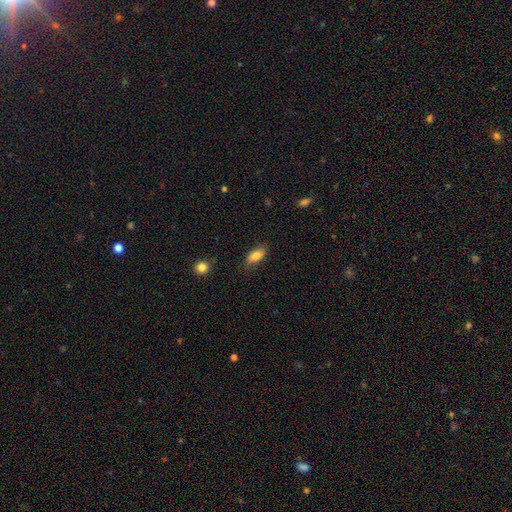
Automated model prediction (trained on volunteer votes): The model was most divided on "merging": none: 73%, minor disturbance: 20%, major disturbance: 5%, merger: 1%. More confident: how rounded — in between (87%); smooth or featured — smooth (82%).